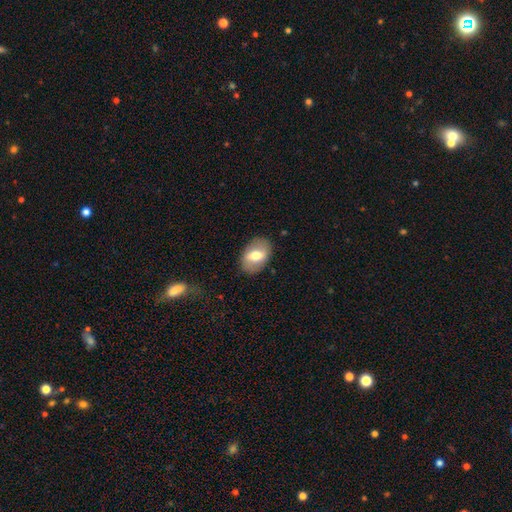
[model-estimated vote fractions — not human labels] A smooth galaxy with no disk features (63%) that is in between round and cigar-shaped (84%). Merging: none (85%).